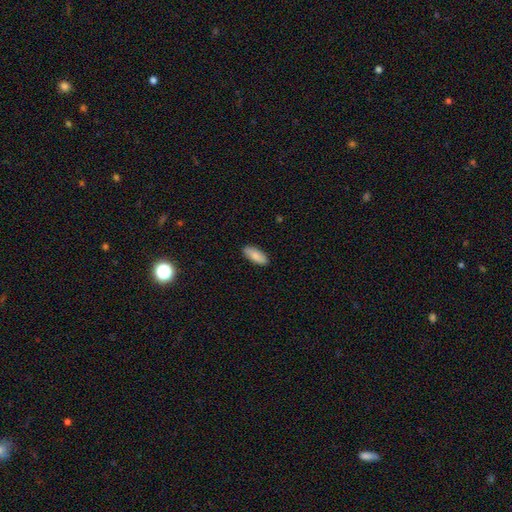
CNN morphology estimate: smooth_or_featured: smooth (p=0.86) [alt: featured or disk p=0.08]
how_rounded: in between (p=0.77) [alt: cigar-shaped p=0.21]
merging: none (p=0.88) [alt: minor disturbance p=0.09]